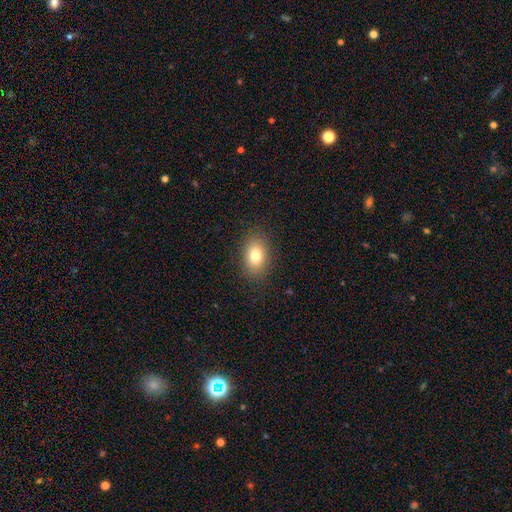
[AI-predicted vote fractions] smooth 80%, featured or disk 11%, star or artifact 10%. Down the decision tree: how rounded — in between (82%); merging — none (87%).